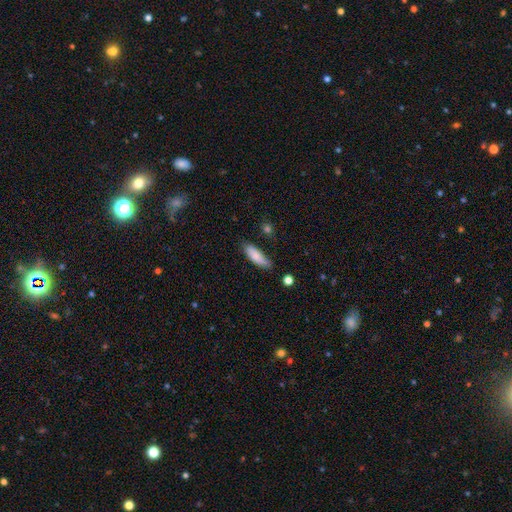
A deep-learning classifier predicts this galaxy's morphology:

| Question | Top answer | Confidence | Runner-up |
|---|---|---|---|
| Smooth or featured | smooth | 83% | featured or disk (11%) |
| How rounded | in between | 52% | cigar-shaped (46%) |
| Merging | none | 67% | minor disturbance (25%) |